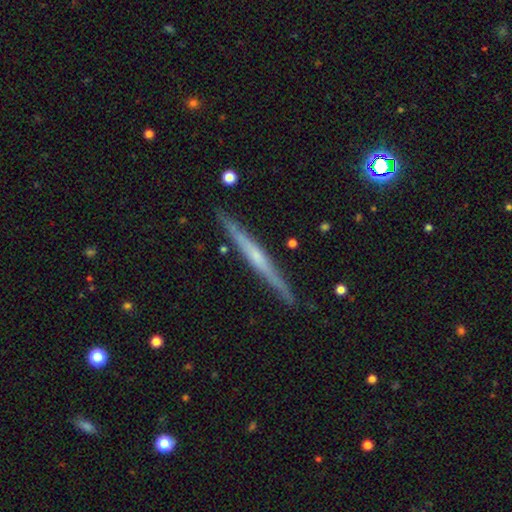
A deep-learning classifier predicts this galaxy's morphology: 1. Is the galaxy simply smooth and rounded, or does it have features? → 70% featured or disk, 24% smooth, 6% star or artifact.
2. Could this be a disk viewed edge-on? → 98% yes, 2% no.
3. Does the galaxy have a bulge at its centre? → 51% none, 41% rounded, 9% boxy.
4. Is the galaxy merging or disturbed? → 90% none, 7% minor disturbance, 1% merger, 1% major disturbance.